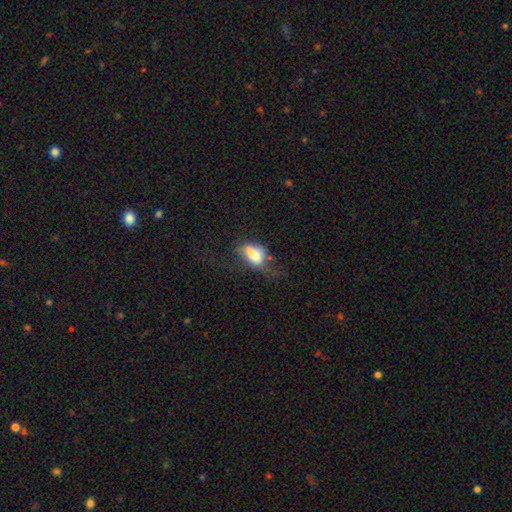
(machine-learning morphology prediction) Smooth or featured? Predicted: smooth (p=0.70). How rounded? Predicted: in between (p=0.86). Merging? Predicted: major disturbance (p=0.43).